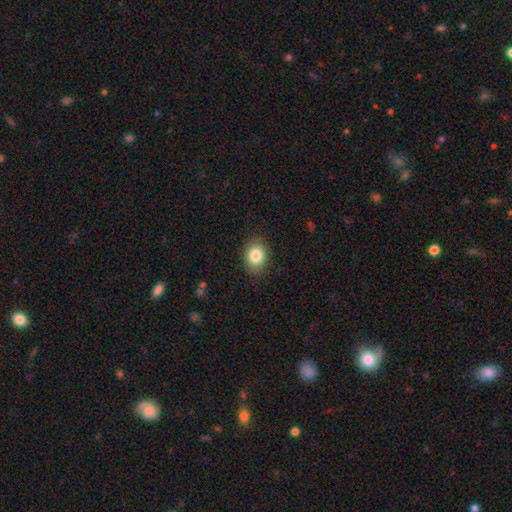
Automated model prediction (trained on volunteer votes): The model was most divided on "how rounded": in between: 63%, round: 36%, cigar-shaped: 1%. More confident: merging — none (86%); smooth or featured — smooth (85%).